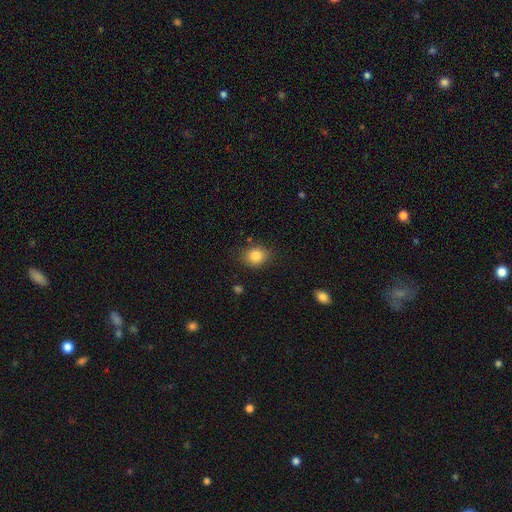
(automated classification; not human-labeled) smooth-or-featured: smooth: 84% | star or artifact: 10% | featured or disk: 6%
  how-rounded: round: 64% | in between: 35% | cigar-shaped: 1%
  merging: none: 81% | minor disturbance: 14% | major disturbance: 3% | merger: 2%